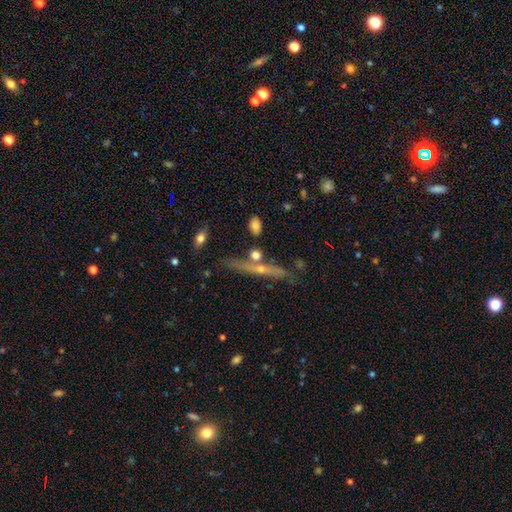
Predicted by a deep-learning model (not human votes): smooth_or_featured: featured or disk (p=0.52) [alt: smooth p=0.38]
disk_edge_on: yes (p=0.86) [alt: no p=0.14]
merging: none (p=0.64) [alt: minor disturbance p=0.16]